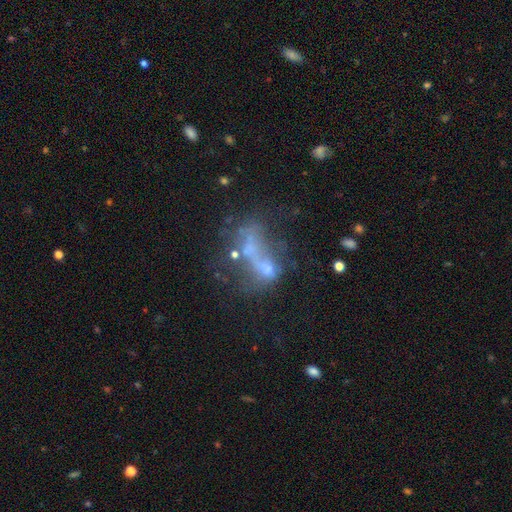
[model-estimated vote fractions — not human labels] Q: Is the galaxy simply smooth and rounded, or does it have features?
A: featured or disk — 49%.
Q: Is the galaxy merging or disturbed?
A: major disturbance — 30%, tied with merger.